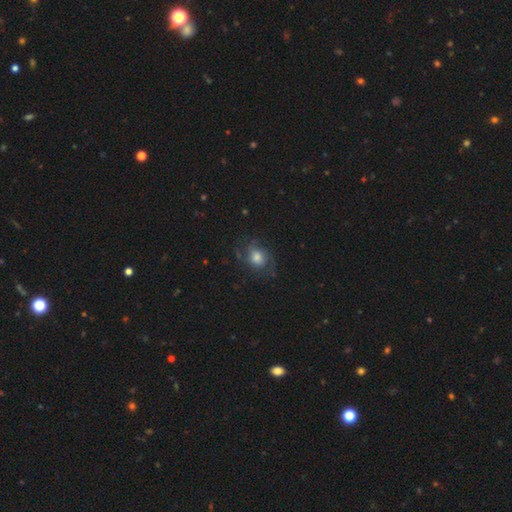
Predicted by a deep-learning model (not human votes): Smooth or featured: featured or disk — 53% (smooth — 32%)
Edge-on disk: no — 96% (yes — 4%)
Bar: no — 75% (weak — 21%)
Spiral arms: yes — 84% (no — 16%)
Bulge size: moderate — 44% (large — 33%)
Merging: none — 71% (minor disturbance — 17%)